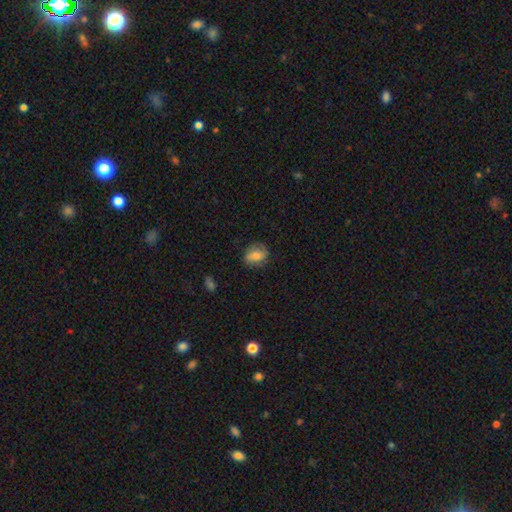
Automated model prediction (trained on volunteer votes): Smooth or featured? Predicted: smooth (p=0.66). How rounded? Predicted: in between (p=0.58). Merging? Predicted: none (p=0.72).